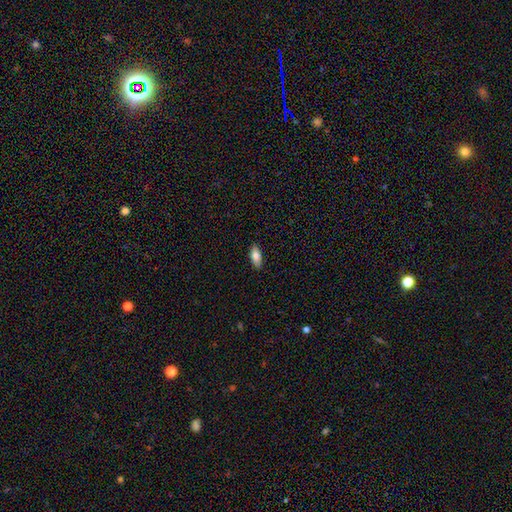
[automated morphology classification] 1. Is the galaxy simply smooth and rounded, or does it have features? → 79% smooth, 14% featured or disk, 7% star or artifact.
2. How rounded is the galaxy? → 82% in between, 16% cigar-shaped, 3% round.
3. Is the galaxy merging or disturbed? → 87% none, 11% minor disturbance, 2% major disturbance, 1% merger.